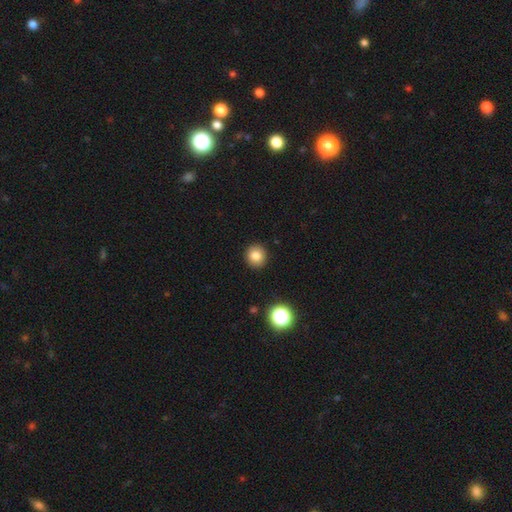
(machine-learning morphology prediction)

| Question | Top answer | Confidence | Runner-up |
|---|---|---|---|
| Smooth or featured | smooth | 82% | star or artifact (12%) |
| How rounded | round | 89% | in between (10%) |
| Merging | none | 92% | minor disturbance (6%) |